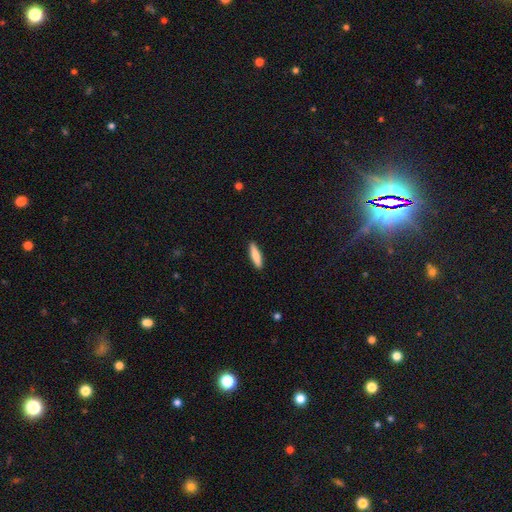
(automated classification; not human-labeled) Smooth or featured? smooth (80%)
How rounded? cigar-shaped (74%)
Merging? none (90%)